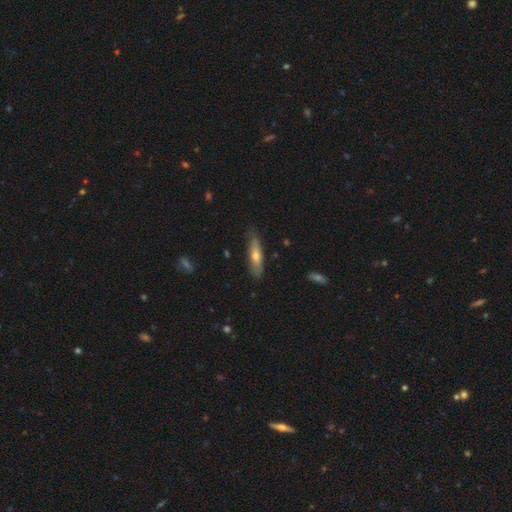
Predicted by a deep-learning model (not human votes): This is possibly a smooth galaxy (54%). How rounded: likely cigar-shaped (71%). Merging: likely none (78%).